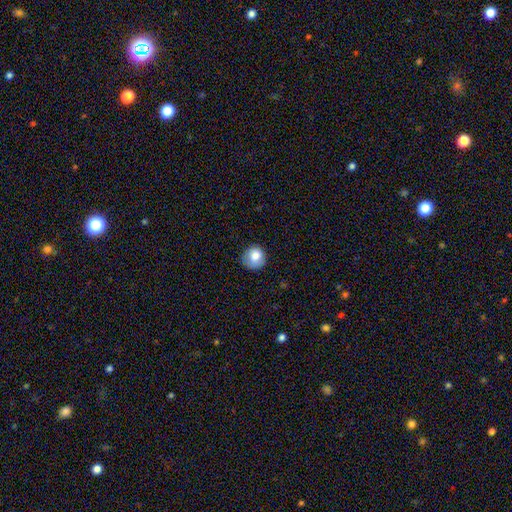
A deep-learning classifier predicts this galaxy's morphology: This is clearly a smooth galaxy (81%). How rounded: clearly round (87%). Merging: likely none (74%).